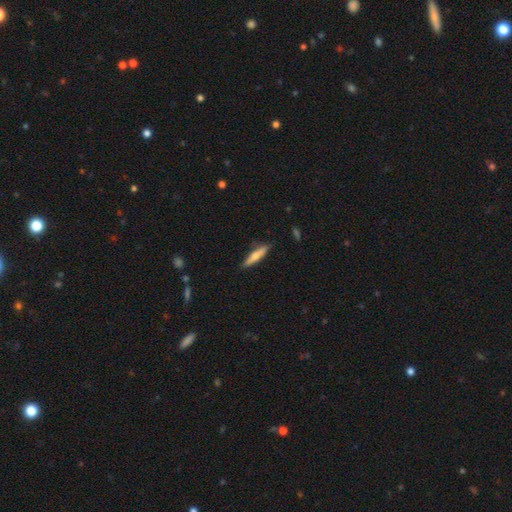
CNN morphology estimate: Smooth or featured?
  - smooth: 59% *
  - featured or disk: 35%
  - star or artifact: 6%
How rounded?
  - cigar-shaped: 87% *
  - in between: 12%
  - round: 2%
Merging?
  - none: 84% *
  - minor disturbance: 12%
  - major disturbance: 2%
  - merger: 2%